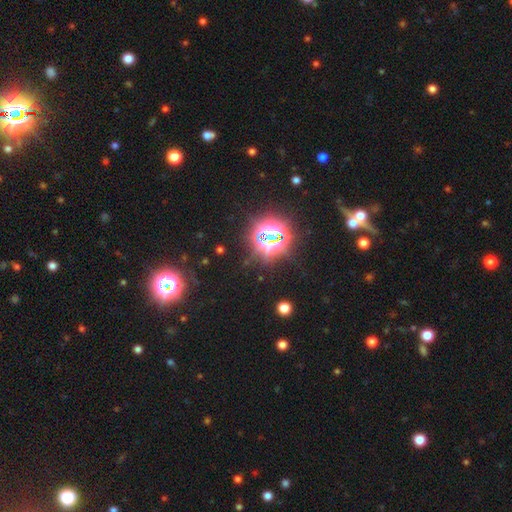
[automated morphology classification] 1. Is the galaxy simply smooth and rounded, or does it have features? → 81% star or artifact, 12% smooth, 6% featured or disk.